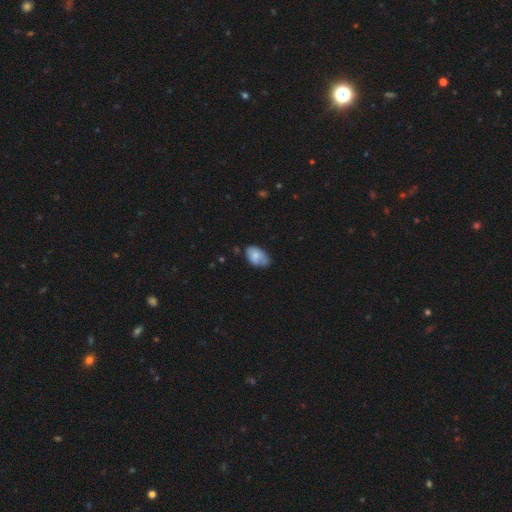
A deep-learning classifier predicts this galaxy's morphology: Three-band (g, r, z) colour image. It shows a smooth galaxy with no disk features (73%) that is in between round and cigar-shaped (91%). Merging: none (51%).